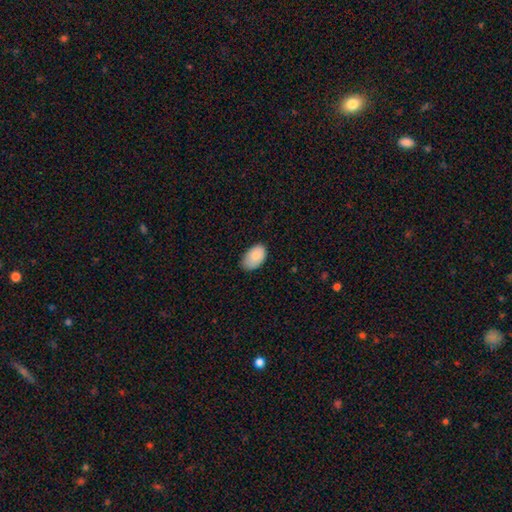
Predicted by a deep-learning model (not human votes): Morphology: type=smooth (82%); roundness=in between (93%); merging=none (71%).